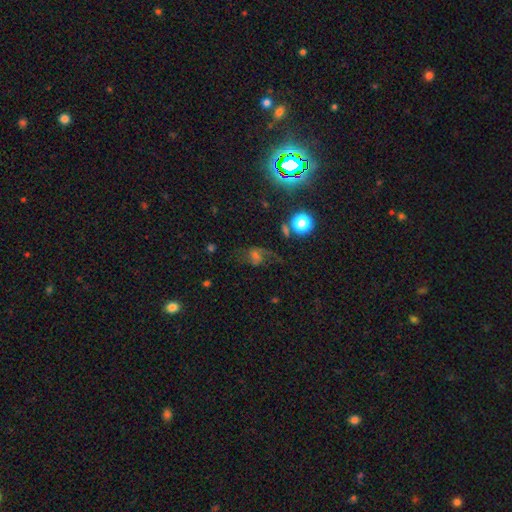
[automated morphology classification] A featured or disk galaxy (46%).

Vote fractions:
- Smooth or featured? featured or disk: 46% / smooth: 28% / star or artifact: 26%
- Merging? none: 50% / major disturbance: 26% / minor disturbance: 19% / merger: 5%